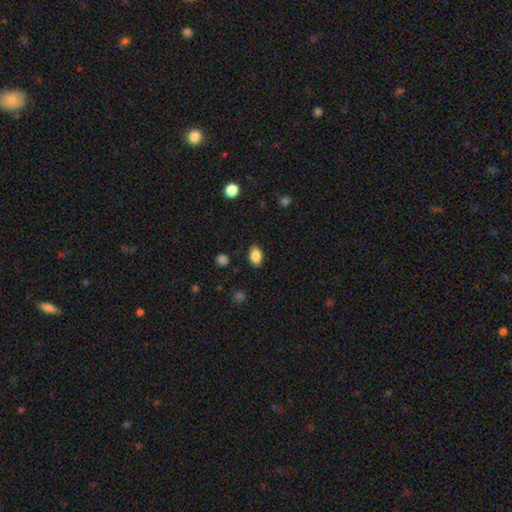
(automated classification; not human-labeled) Q: Smooth or featured?
A: smooth (85%); runner-up: star or artifact (8%)
Q: How rounded?
A: in between (86%); runner-up: round (13%)
Q: Merging?
A: none (86%); runner-up: minor disturbance (10%)